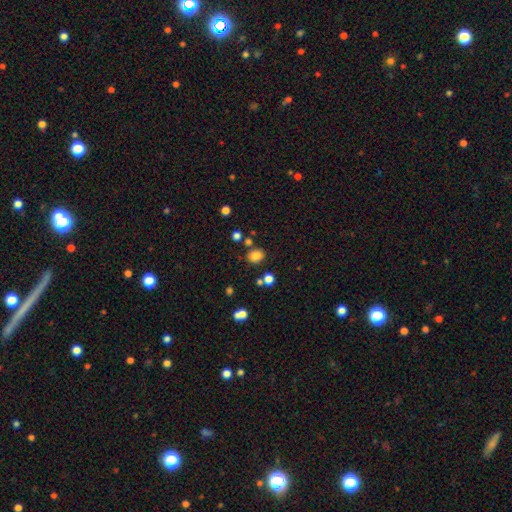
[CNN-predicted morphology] smooth 81%, star or artifact 13%, featured or disk 6%. Down the decision tree: how rounded — round (65%); merging — none (78%).